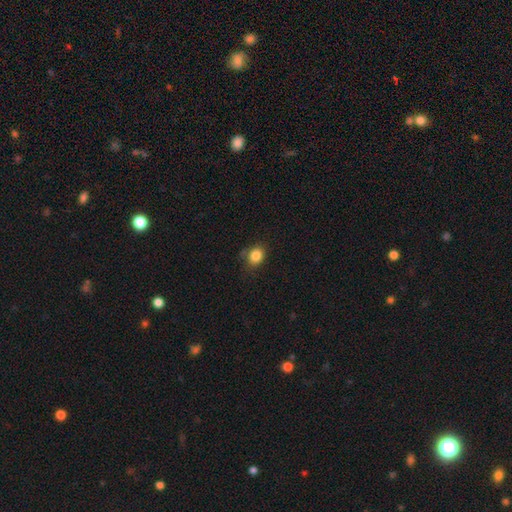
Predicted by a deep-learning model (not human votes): A smooth galaxy with no disk features (84%) that is round (57%).

Vote fractions:
- Smooth or featured? smooth: 84% / star or artifact: 10% / featured or disk: 5%
- How rounded? round: 57% / in between: 43% / cigar-shaped: 1%
- Merging? none: 75% / minor disturbance: 19% / major disturbance: 5% / merger: 2%